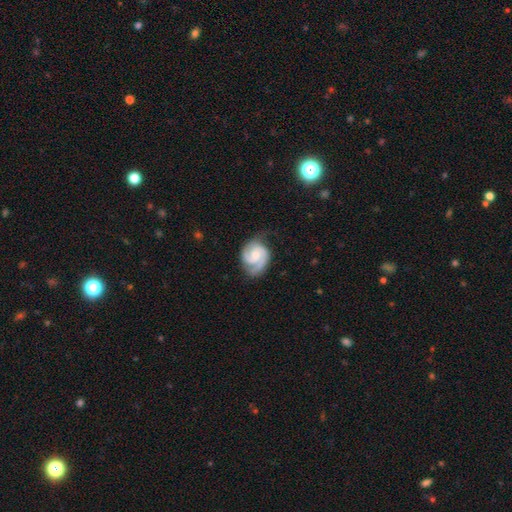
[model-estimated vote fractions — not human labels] Smooth or featured: featured or disk — 84% (smooth — 11%)
Edge-on disk: no — 98% (yes — 2%)
Bar: no — 58% (weak — 36%)
Spiral arms: yes — 97% (no — 3%)
Spiral winding: tight — 47% (medium — 43%)
Spiral arm count: 2 — 77% (3 — 9%)
Bulge size: moderate — 45% (small — 42%)
Merging: none — 64% (minor disturbance — 25%)